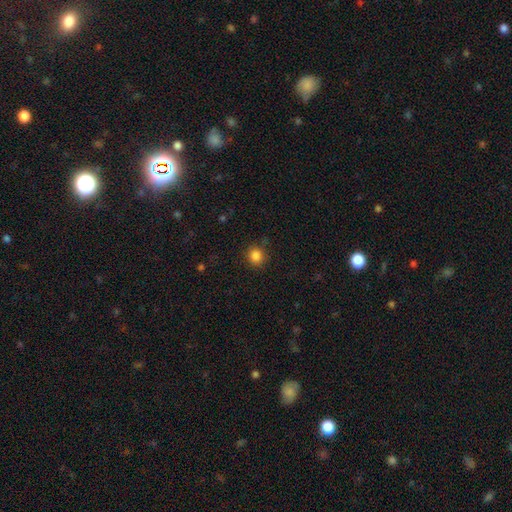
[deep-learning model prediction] A smooth galaxy with no disk features (85%) that is round (88%).

Vote fractions:
- Smooth or featured? smooth: 85% / star or artifact: 12% / featured or disk: 4%
- How rounded? round: 88% / in between: 11% / cigar-shaped: 1%
- Merging? none: 87% / minor disturbance: 8% / major disturbance: 3% / merger: 1%